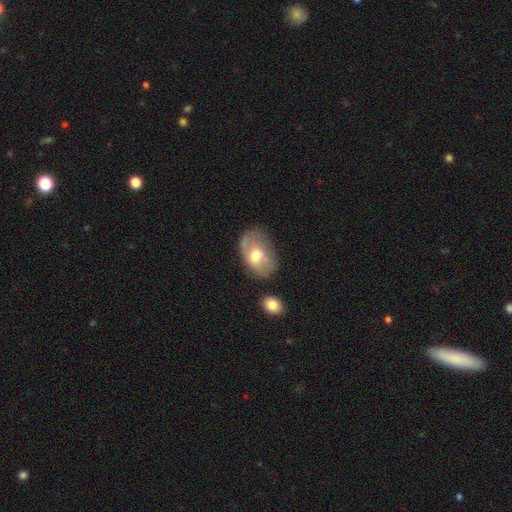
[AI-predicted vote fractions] A smooth galaxy with no disk features (55%) that is in between round and cigar-shaped (87%). Merging: none (58%).